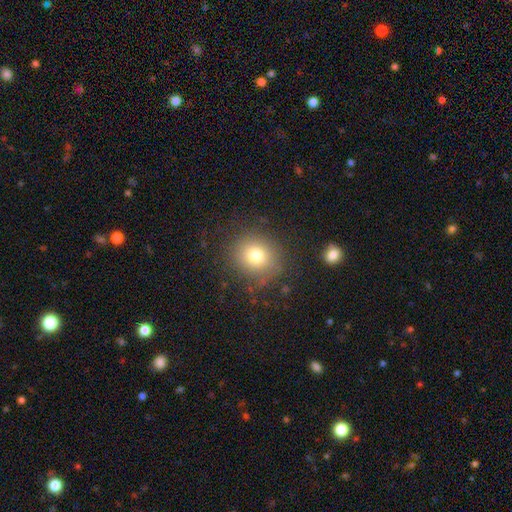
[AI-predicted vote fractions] This is likely a smooth galaxy (76%). How rounded: clearly round (86%). Merging: clearly none (83%).